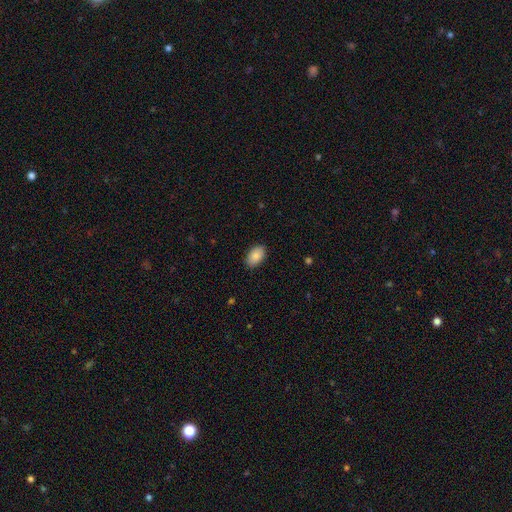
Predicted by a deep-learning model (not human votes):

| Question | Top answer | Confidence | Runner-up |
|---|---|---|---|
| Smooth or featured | smooth | 87% | star or artifact (7%) |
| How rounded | in between | 92% | round (6%) |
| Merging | none | 88% | minor disturbance (9%) |